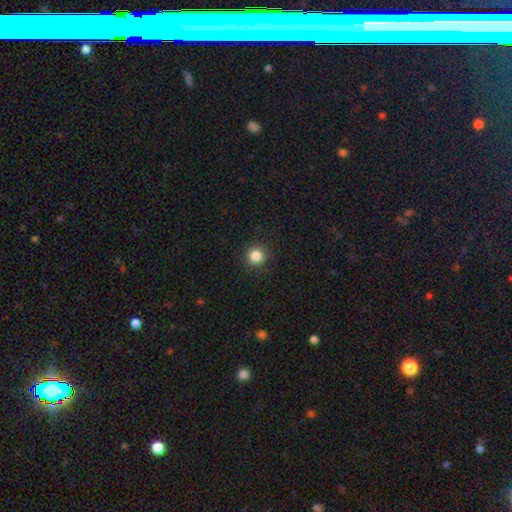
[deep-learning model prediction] The model was most divided on "smooth or featured": smooth: 85%, star or artifact: 11%, featured or disk: 4%. More confident: how rounded — round (95%); merging — none (92%).